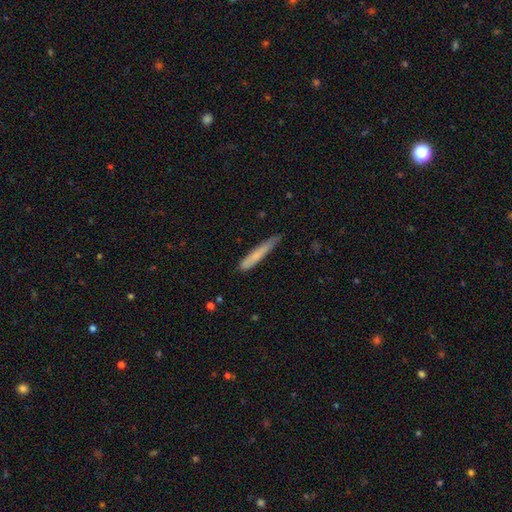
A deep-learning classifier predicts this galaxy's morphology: A smooth galaxy with no disk features (72%) that is cigar-shaped (94%).

Vote fractions:
- Smooth or featured? smooth: 72% / featured or disk: 21% / star or artifact: 6%
- How rounded? cigar-shaped: 94% / in between: 4% / round: 1%
- Merging? none: 65% / minor disturbance: 28% / major disturbance: 5% / merger: 2%